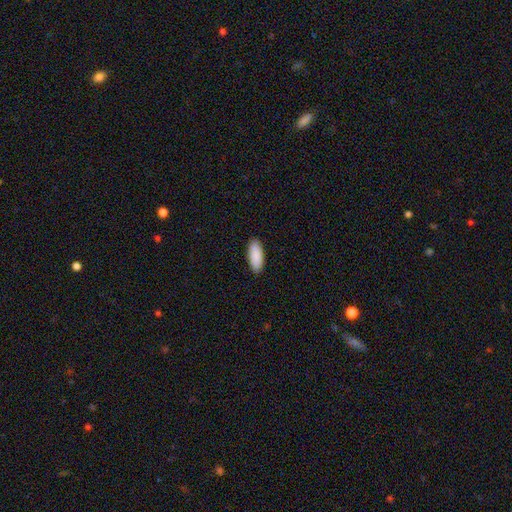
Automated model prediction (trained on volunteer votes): Smooth or featured? Predicted: smooth (p=0.91). How rounded? Predicted: in between (p=0.78). Merging? Predicted: none (p=0.90).